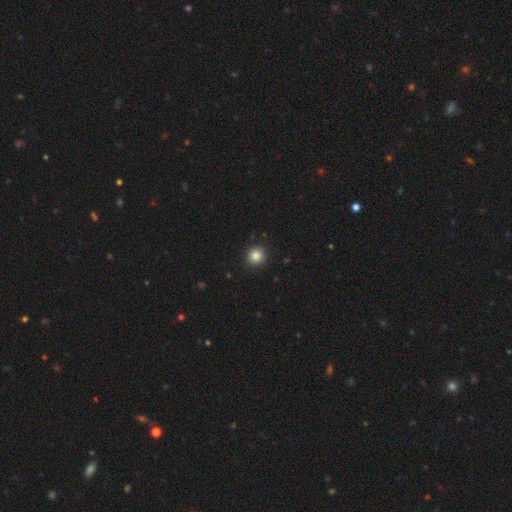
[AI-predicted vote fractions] The model was most divided on "smooth or featured": smooth: 85%, star or artifact: 11%, featured or disk: 5%. More confident: how rounded — round (92%); merging — none (92%).